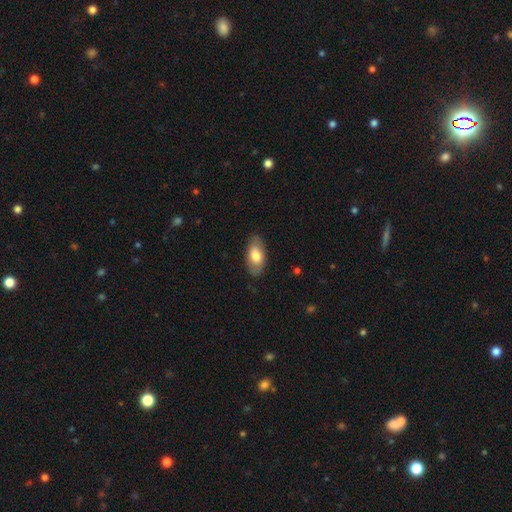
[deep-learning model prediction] A smooth galaxy with no disk features (73%) that is in between round and cigar-shaped (93%).

Vote fractions:
- Smooth or featured? smooth: 73% / featured or disk: 22% / star or artifact: 6%
- How rounded? in between: 93% / cigar-shaped: 4% / round: 3%
- Merging? none: 83% / minor disturbance: 13% / major disturbance: 3% / merger: 1%